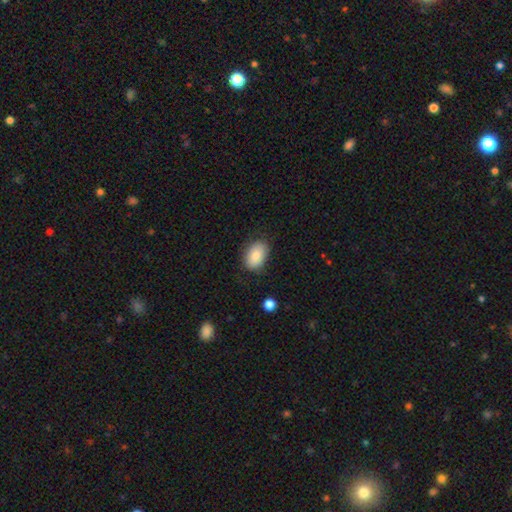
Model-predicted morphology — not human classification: Overall: smooth (83%). How rounded: in between (87%). Merging: none (81%).